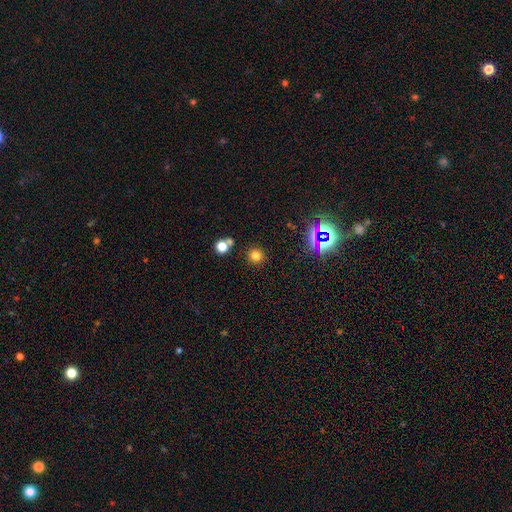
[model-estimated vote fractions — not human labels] Smooth or featured?
  - smooth: 74% *
  - star or artifact: 20%
  - featured or disk: 6%
How rounded?
  - round: 92% *
  - in between: 7%
  - cigar-shaped: 1%
Merging?
  - none: 85% *
  - minor disturbance: 6%
  - merger: 6%
  - major disturbance: 3%